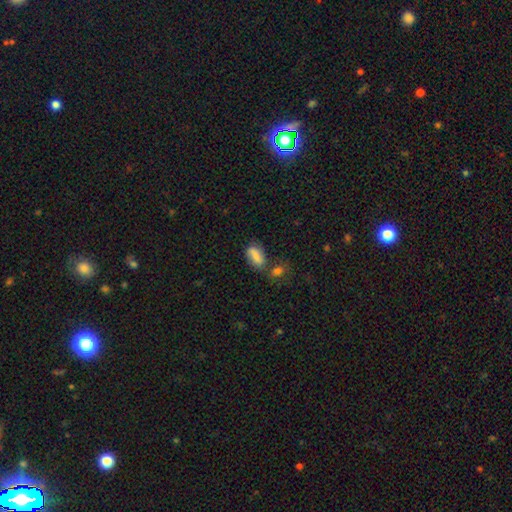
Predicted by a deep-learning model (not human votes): This is likely a smooth galaxy (71%). How rounded: clearly in between (84%). Merging: possibly none (53%).